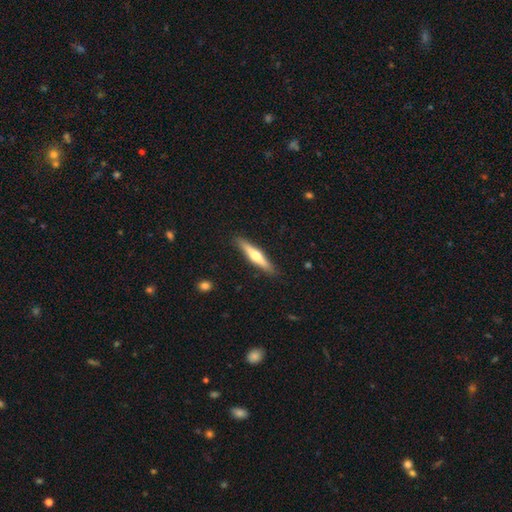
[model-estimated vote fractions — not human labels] smooth_or_featured: featured or disk (p=0.55) [alt: smooth p=0.40]
disk_edge_on: yes (p=0.96) [alt: no p=0.04]
edge_on_bulge: rounded (p=0.90) [alt: none p=0.07]
merging: none (p=0.89) [alt: minor disturbance p=0.08]